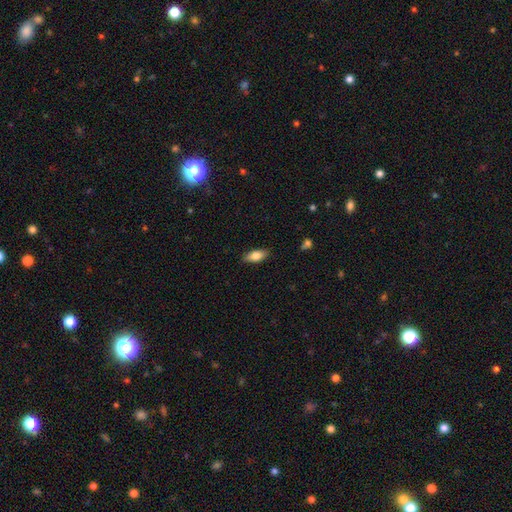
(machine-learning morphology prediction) Smooth or featured: smooth — 77% (featured or disk — 17%)
How rounded: in between — 80% (cigar-shaped — 17%)
Merging: none — 88% (minor disturbance — 9%)